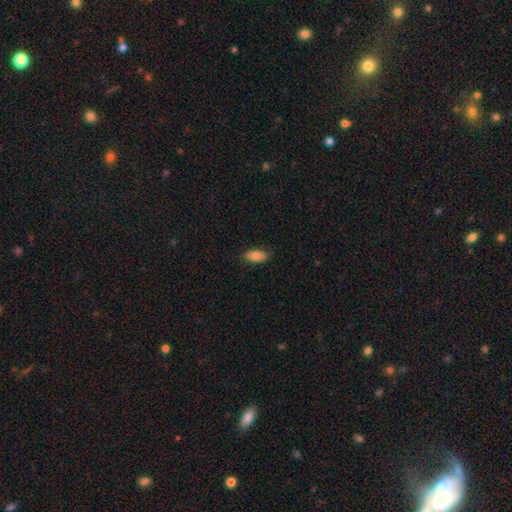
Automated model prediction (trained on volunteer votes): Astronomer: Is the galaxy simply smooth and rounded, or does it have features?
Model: smooth — 83%.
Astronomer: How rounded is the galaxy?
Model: in between — 91%.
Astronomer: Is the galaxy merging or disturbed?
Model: none — 84%.